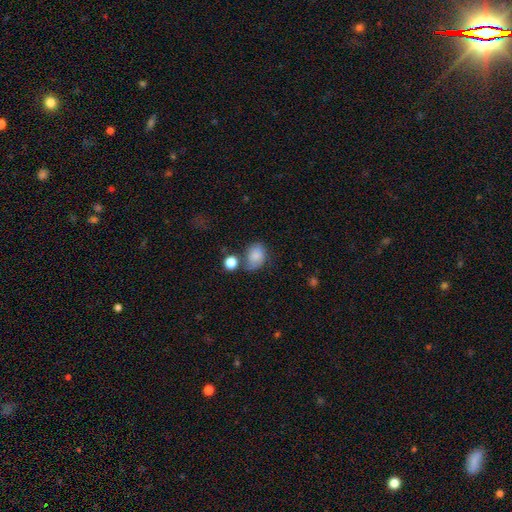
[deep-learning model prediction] Smooth or featured?
  - smooth: 80% *
  - featured or disk: 10%
  - star or artifact: 9%
How rounded?
  - in between: 67% *
  - round: 32%
  - cigar-shaped: 1%
Merging?
  - none: 51% *
  - minor disturbance: 25%
  - merger: 14%
  - major disturbance: 11%